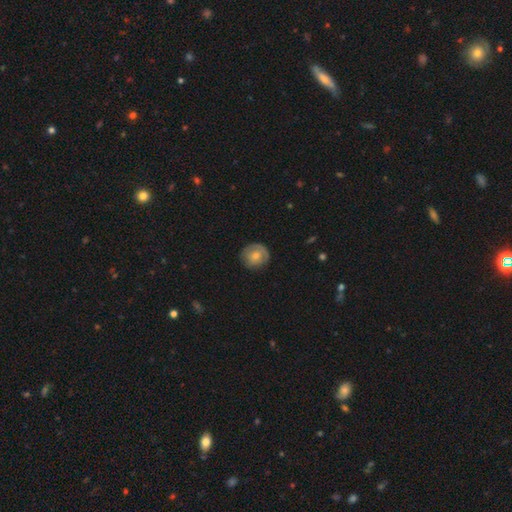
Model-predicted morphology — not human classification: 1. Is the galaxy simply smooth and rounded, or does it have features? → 66% smooth, 28% featured or disk, 7% star or artifact.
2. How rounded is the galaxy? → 91% round, 8% in between, 1% cigar-shaped.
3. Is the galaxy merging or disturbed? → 79% none, 17% minor disturbance, 4% major disturbance, 1% merger.